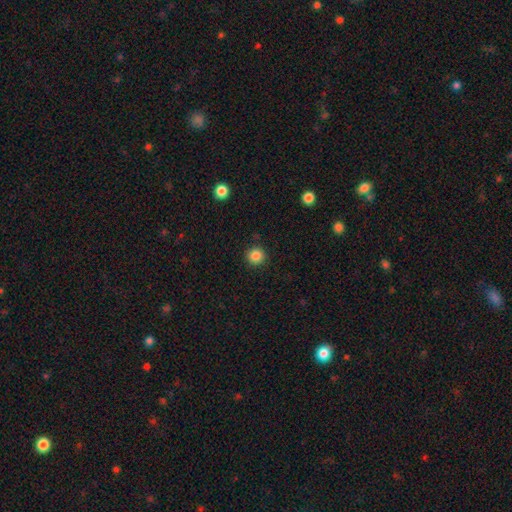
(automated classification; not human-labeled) This appears to be a smooth galaxy with no disk features (85%) that is round (94%). Merging: none (91%).